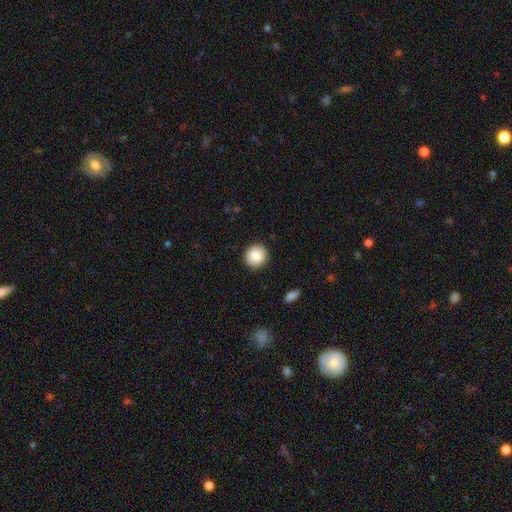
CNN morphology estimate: Smooth or featured?
  - smooth: 86% *
  - star or artifact: 8%
  - featured or disk: 6%
How rounded?
  - round: 90% *
  - in between: 9%
  - cigar-shaped: 1%
Merging?
  - none: 91% *
  - minor disturbance: 6%
  - major disturbance: 2%
  - merger: 1%